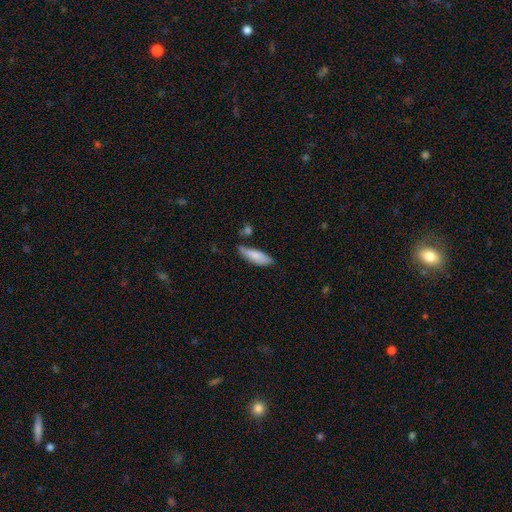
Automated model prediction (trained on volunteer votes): Q: Smooth or featured?
A: smooth (80%); runner-up: featured or disk (14%)
Q: How rounded?
A: in between (56%); runner-up: cigar-shaped (42%)
Q: Merging?
A: none (56%); runner-up: minor disturbance (30%)